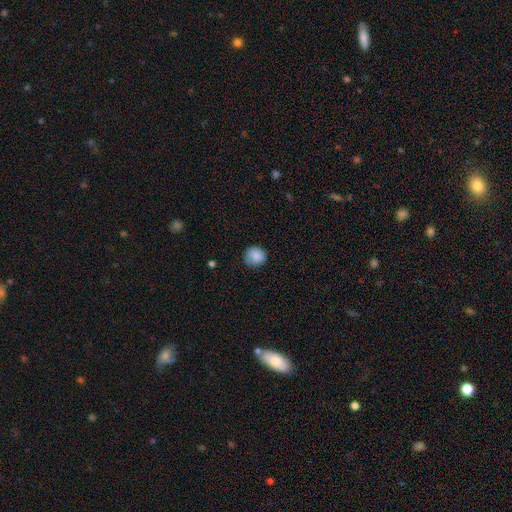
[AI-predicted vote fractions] Smooth or featured? smooth (85%)
How rounded? round (89%)
Merging? none (78%)